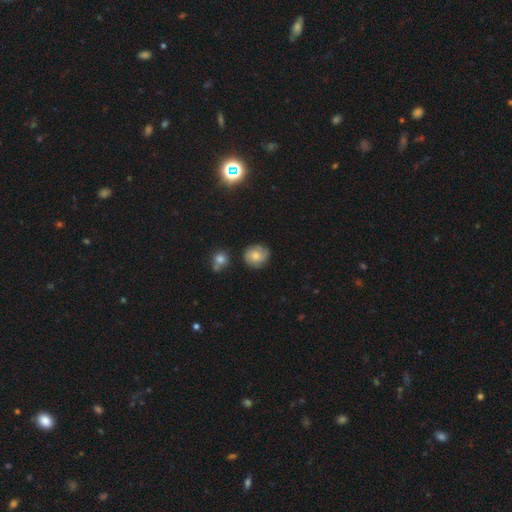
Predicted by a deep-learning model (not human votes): Morphology: type=smooth (55%); roundness=round (82%); merging=none (72%).